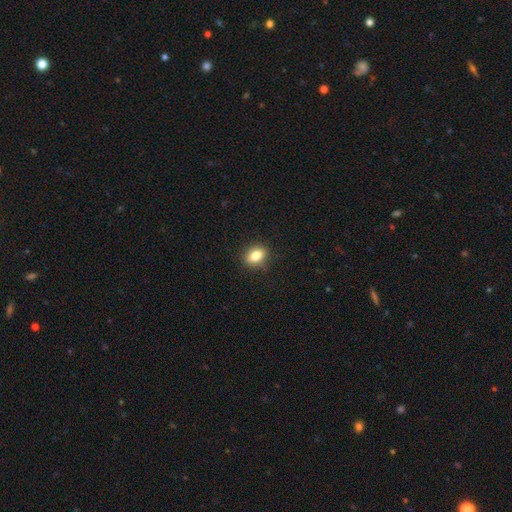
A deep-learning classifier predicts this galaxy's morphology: smooth 83%, star or artifact 10%, featured or disk 7%. Down the decision tree: how rounded — in between (69%); merging — none (86%).